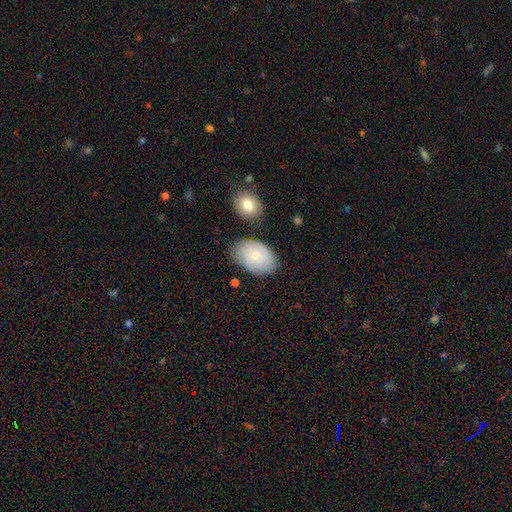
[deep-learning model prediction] Q: Smooth or featured?
A: smooth (67%); runner-up: featured or disk (26%)
Q: How rounded?
A: in between (86%); runner-up: round (13%)
Q: Merging?
A: none (73%); runner-up: minor disturbance (19%)